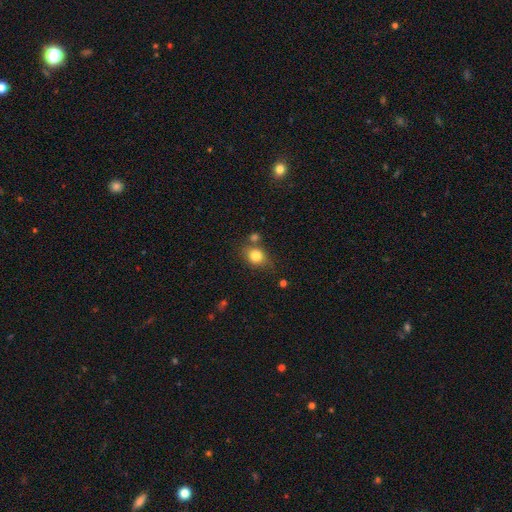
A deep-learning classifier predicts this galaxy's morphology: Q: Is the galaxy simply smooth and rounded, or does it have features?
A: smooth — 80%.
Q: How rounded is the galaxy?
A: round — 57%.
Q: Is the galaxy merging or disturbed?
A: none — 65%.